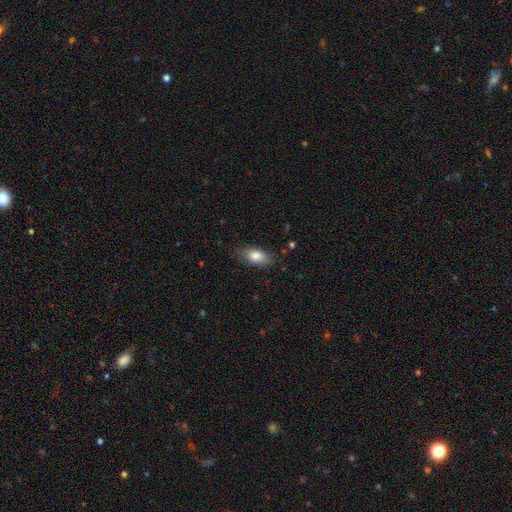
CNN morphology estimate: This is clearly a smooth galaxy (83%). How rounded: clearly in between (88%). Merging: clearly none (80%).